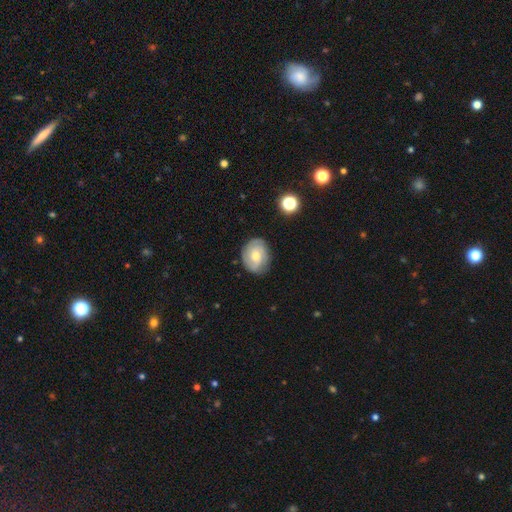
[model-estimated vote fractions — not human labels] A featured or disk galaxy (54%) with no bar (64%), spiral arms (82%) and a moderate central bulge (59%).

Vote fractions:
- Smooth or featured? featured or disk: 54% / smooth: 38% / star or artifact: 8%
- Edge-on disk? no: 97% / yes: 3%
- Bar? no: 64% / weak: 31% / strong: 5%
- Spiral arms? yes: 82% / no: 18%
- Bulge size? moderate: 59% / small: 34% / large: 3% / none: 2% / dominant: 1%
- Merging? none: 77% / minor disturbance: 18% / major disturbance: 4% / merger: 1%